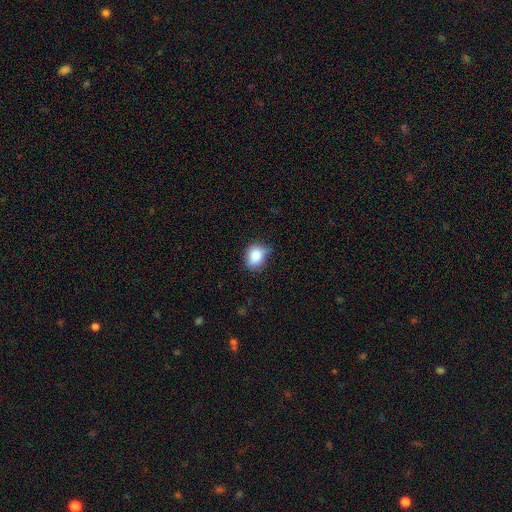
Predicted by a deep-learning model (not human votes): smooth-or-featured: smooth: 83% | star or artifact: 9% | featured or disk: 8%
  how-rounded: round: 54% | in between: 45% | cigar-shaped: 1%
  merging: none: 60% | minor disturbance: 33% | major disturbance: 5% | merger: 2%